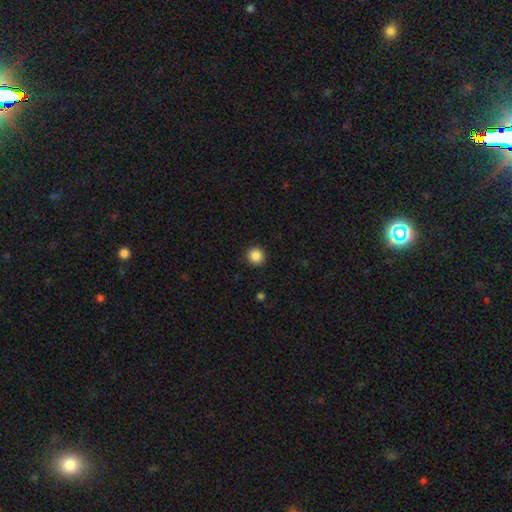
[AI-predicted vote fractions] Smooth or featured: smooth — 87% (star or artifact — 10%)
How rounded: round — 94% (in between — 5%)
Merging: none — 92% (minor disturbance — 5%)